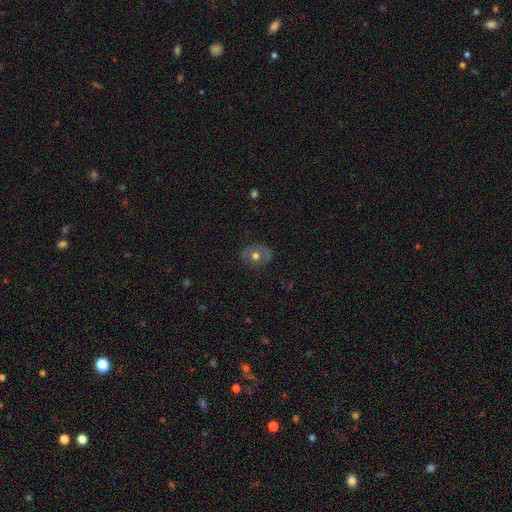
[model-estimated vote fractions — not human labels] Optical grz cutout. It shows a smooth galaxy with no disk features (50%). Merging: none (76%).